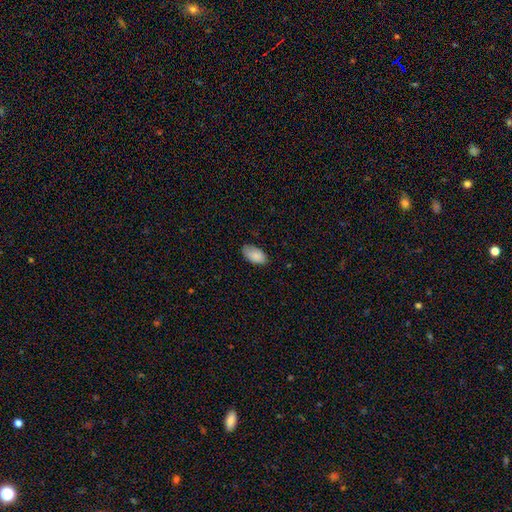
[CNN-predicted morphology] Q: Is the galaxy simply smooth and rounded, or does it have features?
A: smooth — 88%.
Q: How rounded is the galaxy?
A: in between — 95%.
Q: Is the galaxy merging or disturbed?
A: none — 76%.